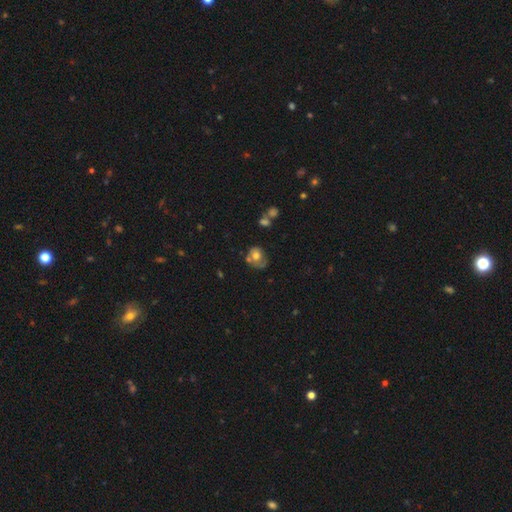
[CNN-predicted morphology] Q: Smooth or featured?
A: smooth (60%); runner-up: featured or disk (31%)
Q: How rounded?
A: round (57%); runner-up: in between (42%)
Q: Merging?
A: none (40%); runner-up: minor disturbance (27%)